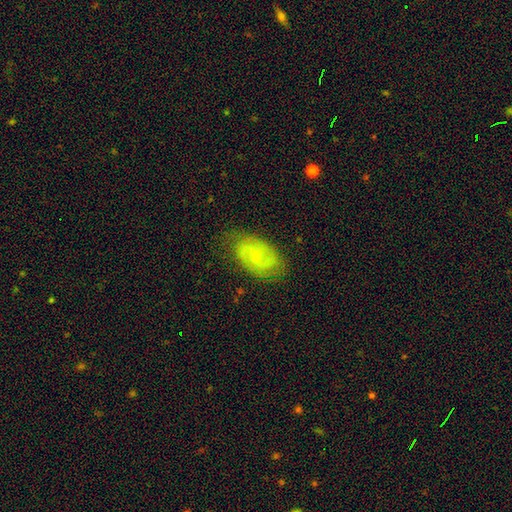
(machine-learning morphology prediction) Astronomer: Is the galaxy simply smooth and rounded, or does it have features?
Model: featured or disk — 76%.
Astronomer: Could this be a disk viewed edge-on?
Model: no — 96%.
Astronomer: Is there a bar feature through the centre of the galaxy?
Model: weak — 51% (runner-up: no, 40%).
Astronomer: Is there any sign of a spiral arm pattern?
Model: yes — 93%.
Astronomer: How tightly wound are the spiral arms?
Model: medium — 49% (runner-up: tight, 36%).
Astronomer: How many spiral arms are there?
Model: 2 — 85%.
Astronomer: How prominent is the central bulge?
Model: small — 57% (runner-up: moderate, 36%).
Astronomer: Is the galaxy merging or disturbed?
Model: none — 79%.